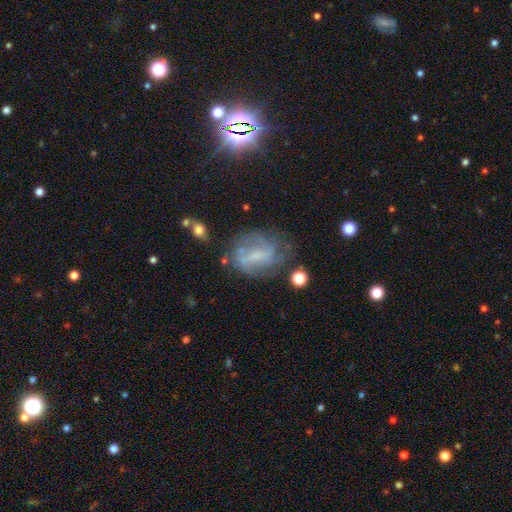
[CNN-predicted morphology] type=featured or disk (59%); edge-on=no (94%); bar=weak (44%); spiral arms=yes (66%); bulge=none (40%); merging=none (54%).